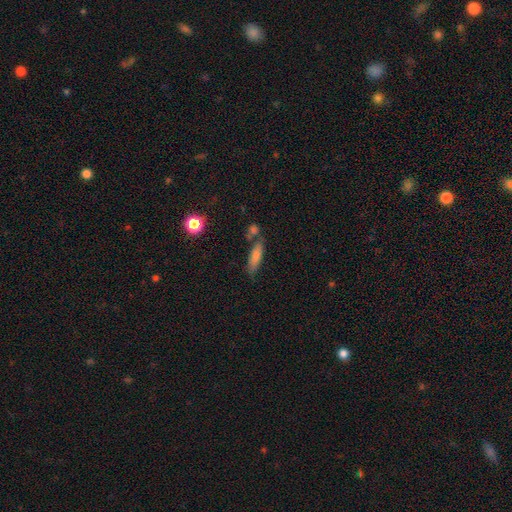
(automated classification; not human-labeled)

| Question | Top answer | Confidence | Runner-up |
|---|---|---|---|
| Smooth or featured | smooth | 77% | featured or disk (15%) |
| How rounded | cigar-shaped | 63% | in between (35%) |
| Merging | none | 64% | merger (16%) |